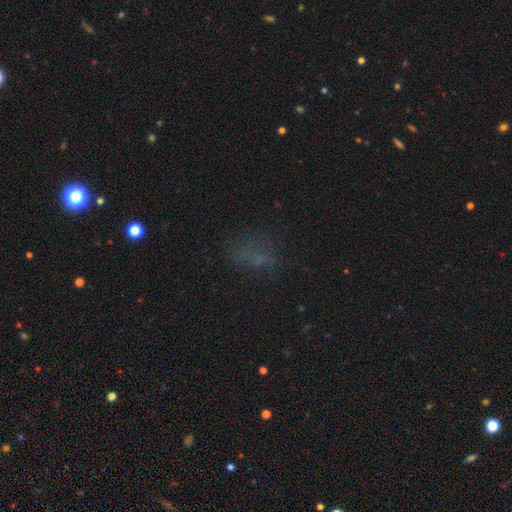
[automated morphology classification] The model was most divided on "smooth or featured": smooth: 48%, star or artifact: 34%, featured or disk: 18%. More confident: merging — none (58%).